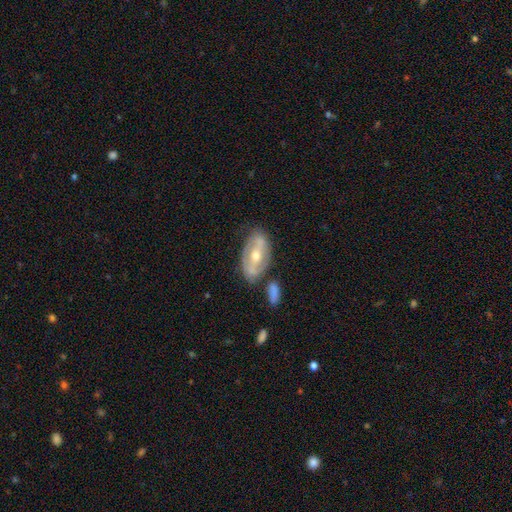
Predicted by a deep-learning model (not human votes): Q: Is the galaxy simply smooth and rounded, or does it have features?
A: featured or disk — 71%.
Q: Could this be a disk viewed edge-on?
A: no — 90%.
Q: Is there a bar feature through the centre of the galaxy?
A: strong — 41%.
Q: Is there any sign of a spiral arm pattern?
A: yes — 57%.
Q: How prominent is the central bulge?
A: moderate — 66%.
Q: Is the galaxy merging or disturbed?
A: none — 66%.